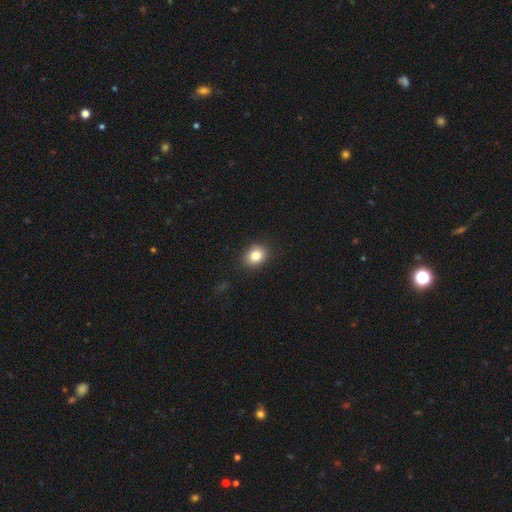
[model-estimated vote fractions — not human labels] Smooth or featured? Predicted: smooth (p=0.83). How rounded? Predicted: in between (p=0.52). Merging? Predicted: none (p=0.88).